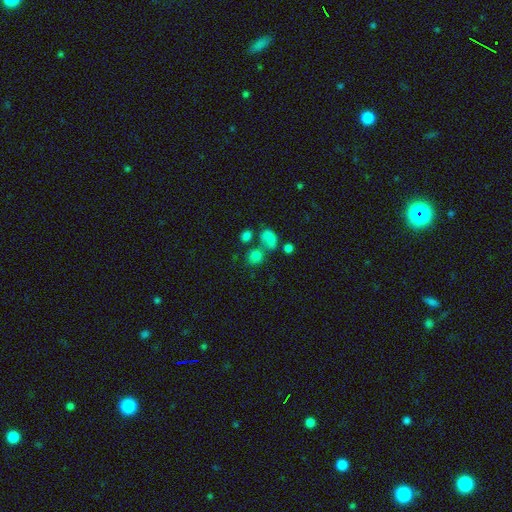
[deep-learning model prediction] Smooth or featured? Predicted: smooth (p=0.78). How rounded? Predicted: round (p=0.71). Merging? Predicted: none (p=0.51).